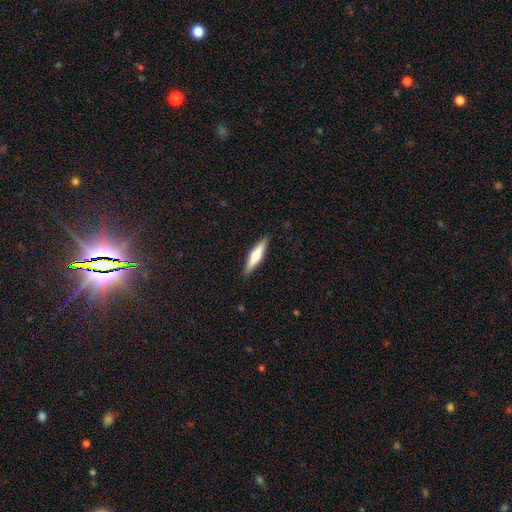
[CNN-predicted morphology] The model was most divided on "smooth or featured": smooth: 49%, featured or disk: 46%, star or artifact: 5%. More confident: merging — none (90%).